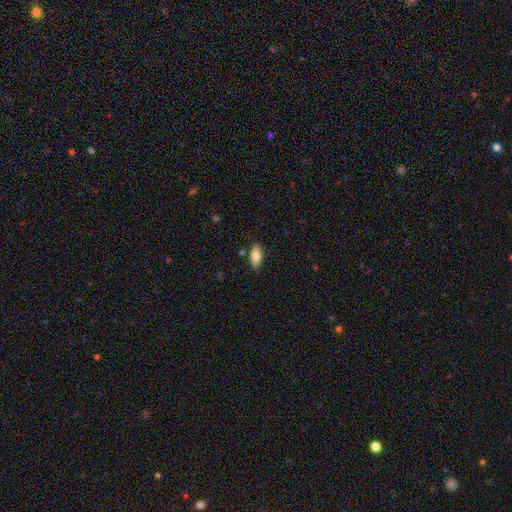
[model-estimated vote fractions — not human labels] The model was most divided on "how rounded": in between: 78%, cigar-shaped: 20%, round: 2%. More confident: merging — none (84%); smooth or featured — smooth (81%).